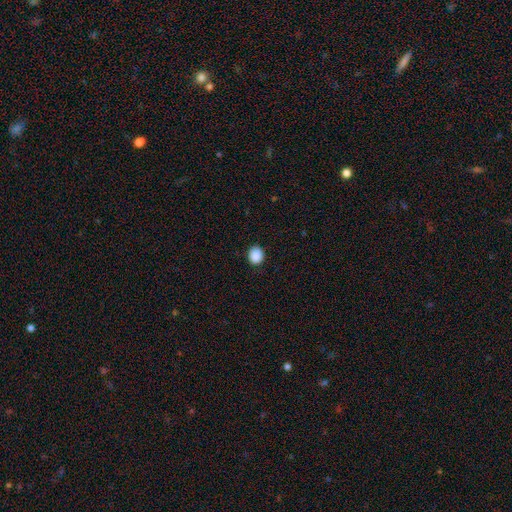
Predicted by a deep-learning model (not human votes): The model was most divided on "how rounded": round: 75%, in between: 24%, cigar-shaped: 1%. More confident: merging — none (90%); smooth or featured — smooth (89%).